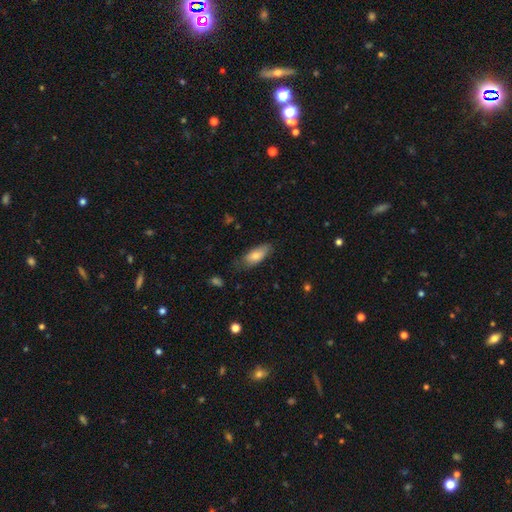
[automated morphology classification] Overall: smooth (76%). How rounded: in between (80%). Merging: none (65%; minor disturbance 27%).